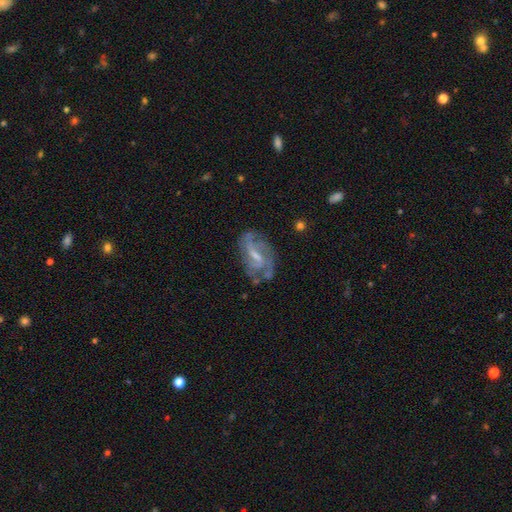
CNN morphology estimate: Q: Smooth or featured?
A: featured or disk (78%); runner-up: smooth (14%)
Q: Edge-on disk?
A: no (95%); runner-up: yes (5%)
Q: Bar?
A: weak (53%); runner-up: strong (25%)
Q: Spiral arms?
A: yes (89%); runner-up: no (11%)
Q: Spiral winding?
A: medium (44%); runner-up: tight (29%)
Q: Spiral arm count?
A: 2 (42%); runner-up: can't tell (26%)
Q: Bulge size?
A: small (45%); runner-up: moderate (36%)
Q: Merging?
A: none (63%); runner-up: minor disturbance (21%)